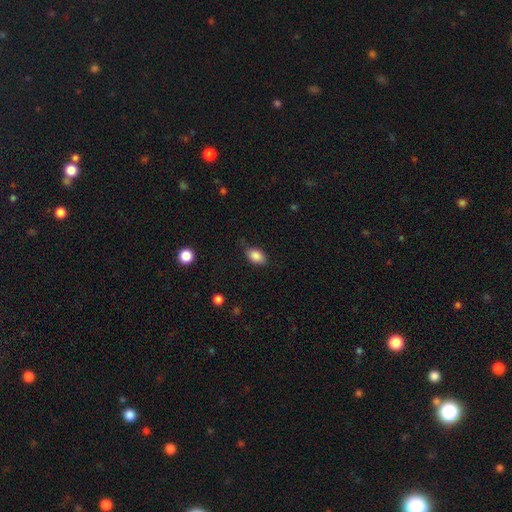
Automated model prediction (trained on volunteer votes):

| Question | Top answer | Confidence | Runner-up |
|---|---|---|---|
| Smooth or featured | smooth | 86% | star or artifact (8%) |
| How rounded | in between | 87% | round (11%) |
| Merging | none | 73% | minor disturbance (21%) |